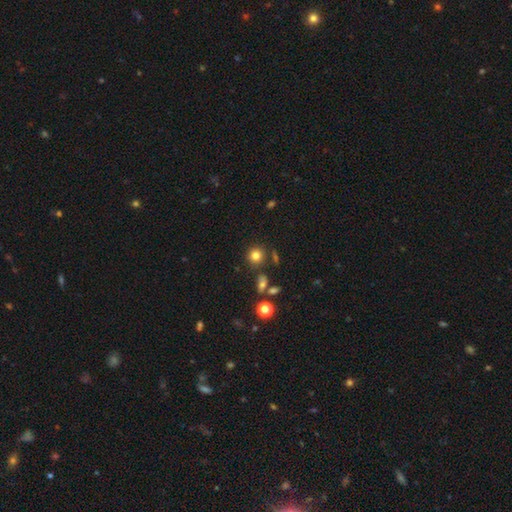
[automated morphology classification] A smooth galaxy with no disk features (80%) that is round (89%).

Vote fractions:
- Smooth or featured? smooth: 80% / star or artifact: 13% / featured or disk: 7%
- How rounded? round: 89% / in between: 10% / cigar-shaped: 1%
- Merging? none: 81% / minor disturbance: 9% / merger: 7% / major disturbance: 3%